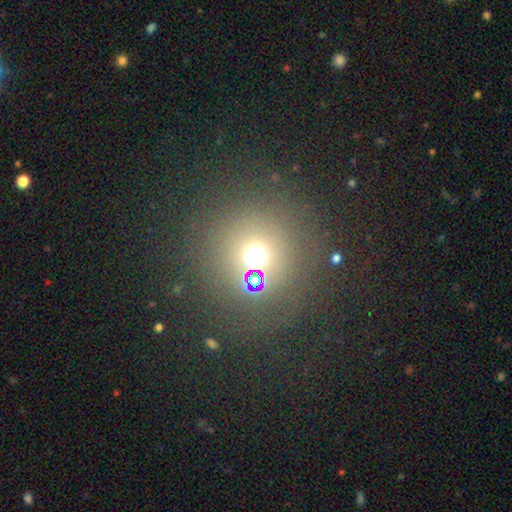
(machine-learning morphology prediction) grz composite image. It shows a smooth galaxy with no disk features (52%) that is round (88%). Merging: none (76%).